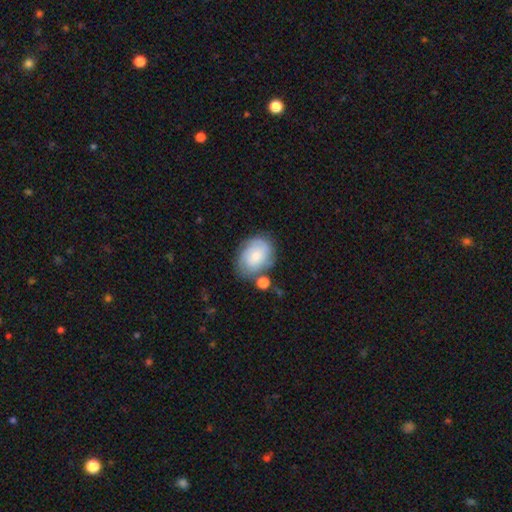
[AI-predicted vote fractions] Overall: smooth (57%; featured or disk 36%). How rounded: in between (63%; round 35%). Merging: none (59%; minor disturbance 22%).